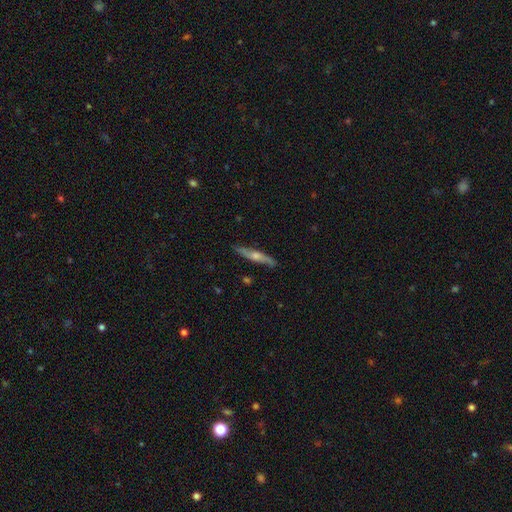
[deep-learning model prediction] Overall: featured or disk (68%). Edge-on disk: yes (84%). Edge-on bulge: rounded (86%). Merging: none (86%).